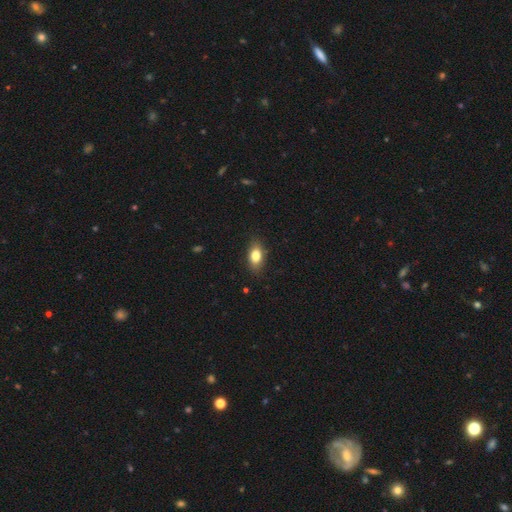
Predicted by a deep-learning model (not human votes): A smooth galaxy with no disk features (82%) that is in between round and cigar-shaped (87%).

Vote fractions:
- Smooth or featured? smooth: 82% / featured or disk: 10% / star or artifact: 8%
- How rounded? in between: 87% / round: 9% / cigar-shaped: 4%
- Merging? none: 82% / minor disturbance: 14% / major disturbance: 3% / merger: 1%